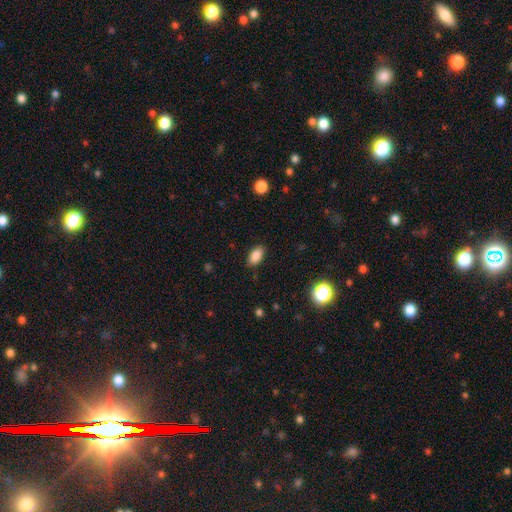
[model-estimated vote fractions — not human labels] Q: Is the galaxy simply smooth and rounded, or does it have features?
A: smooth — 86%.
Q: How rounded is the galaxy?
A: in between — 92%.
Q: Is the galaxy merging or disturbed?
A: none — 87%.